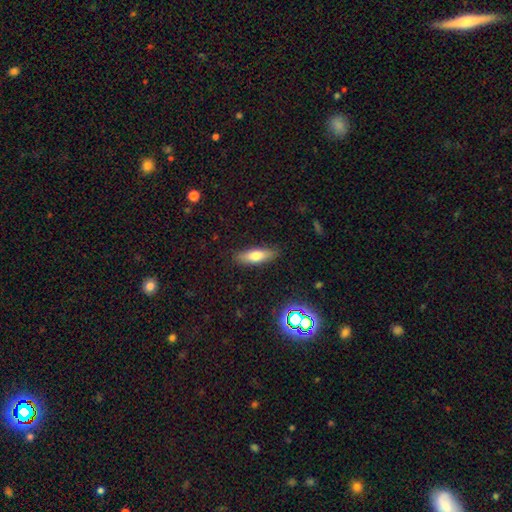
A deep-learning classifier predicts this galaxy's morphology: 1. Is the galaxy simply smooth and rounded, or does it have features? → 70% smooth, 21% featured or disk, 9% star or artifact.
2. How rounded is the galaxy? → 52% in between, 45% cigar-shaped, 3% round.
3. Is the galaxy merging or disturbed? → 87% none, 10% minor disturbance, 2% major disturbance, 1% merger.